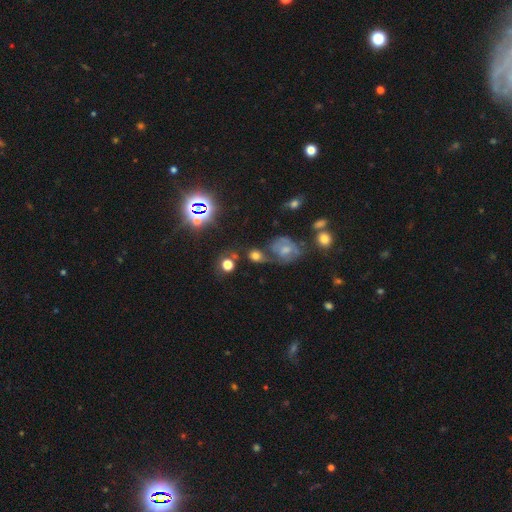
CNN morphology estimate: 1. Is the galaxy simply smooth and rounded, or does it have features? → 62% smooth, 24% star or artifact, 14% featured or disk.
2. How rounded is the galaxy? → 69% round, 29% in between, 2% cigar-shaped.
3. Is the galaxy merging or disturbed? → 49% none, 23% merger, 17% minor disturbance, 11% major disturbance.